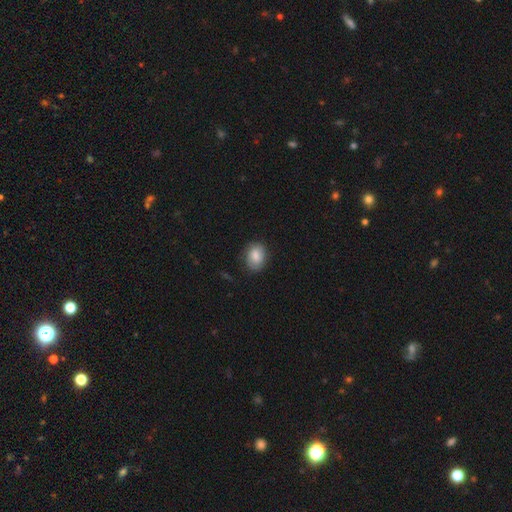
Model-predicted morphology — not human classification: This appears to be a smooth galaxy with no disk features (69%) that is in between round and cigar-shaped (65%). Merging: none (77%).